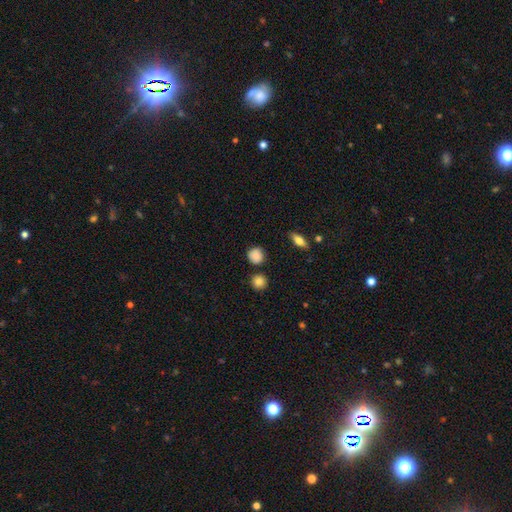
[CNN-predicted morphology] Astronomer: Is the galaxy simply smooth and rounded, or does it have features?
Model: smooth — 84%.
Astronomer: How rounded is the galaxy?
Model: round — 87%.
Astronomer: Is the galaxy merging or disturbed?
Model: none — 80%.